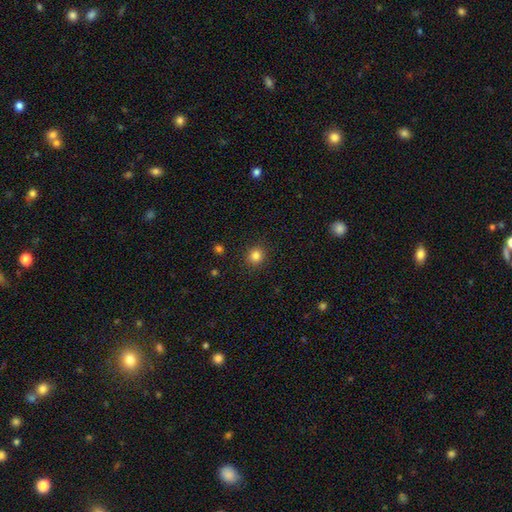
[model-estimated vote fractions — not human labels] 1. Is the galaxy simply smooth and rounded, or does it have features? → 83% smooth, 12% star or artifact, 5% featured or disk.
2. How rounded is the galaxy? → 87% round, 12% in between, 1% cigar-shaped.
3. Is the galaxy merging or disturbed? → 91% none, 6% minor disturbance, 2% major disturbance, 1% merger.